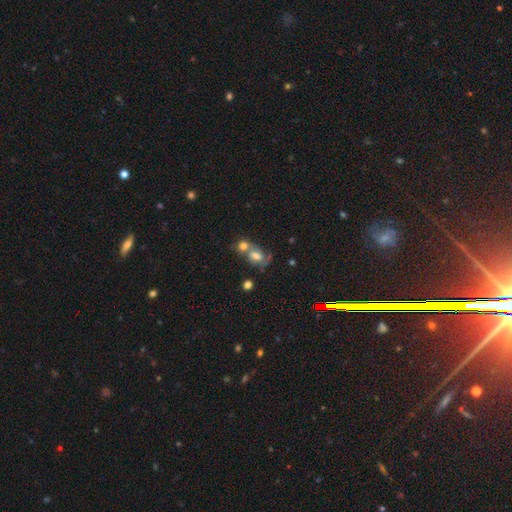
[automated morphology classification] This appears to be a smooth galaxy with no disk features (44%). Merging: merger (63%).